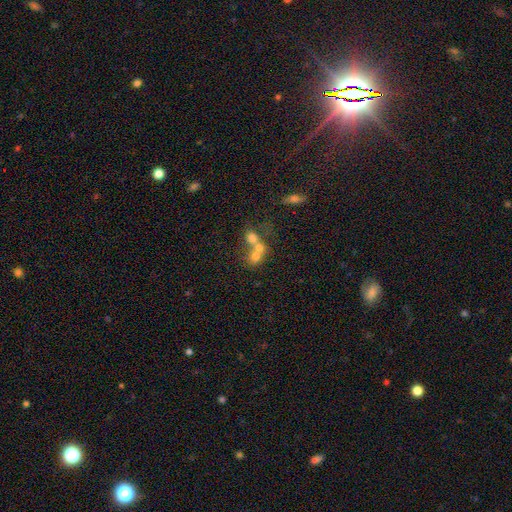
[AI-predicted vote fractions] smooth_or_featured: smooth (p=0.61) [alt: featured or disk p=0.24]
how_rounded: round (p=0.66) [alt: in between p=0.32]
merging: merger (p=0.66) [alt: none p=0.24]